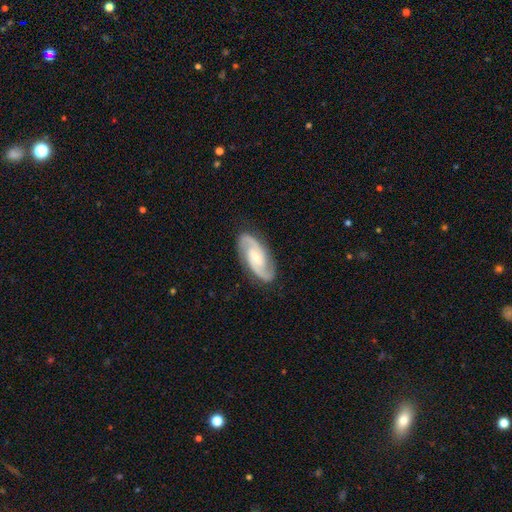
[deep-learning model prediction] Smooth or featured: featured or disk — 89% (smooth — 7%)
Edge-on disk: no — 96% (yes — 4%)
Bar: weak — 44% (no — 37%)
Spiral arms: yes — 98% (no — 2%)
Spiral winding: medium — 54% (tight — 31%)
Spiral arm count: 2 — 93% (can't tell — 2%)
Bulge size: small — 52% (moderate — 28%)
Merging: none — 85% (minor disturbance — 11%)